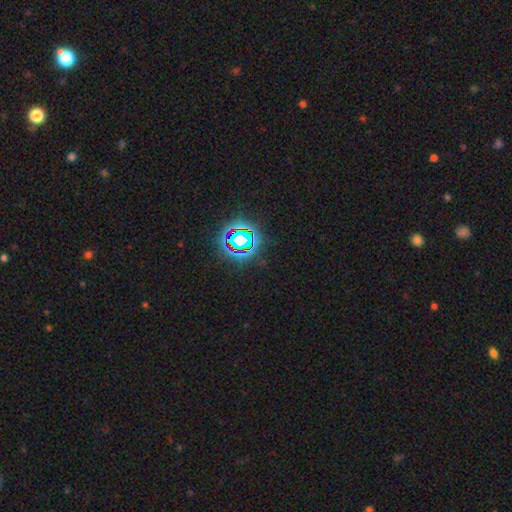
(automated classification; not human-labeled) Smooth or featured? star or artifact (79%)